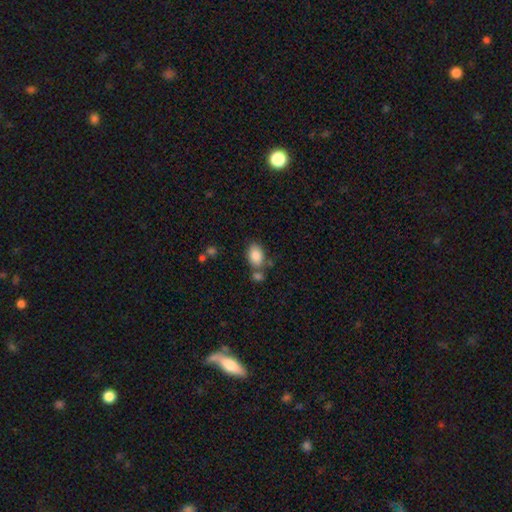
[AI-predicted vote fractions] smooth-or-featured: smooth: 86% | star or artifact: 8% | featured or disk: 6%
  how-rounded: in between: 87% | round: 12% | cigar-shaped: 1%
  merging: none: 62% | merger: 19% | minor disturbance: 15% | major disturbance: 4%